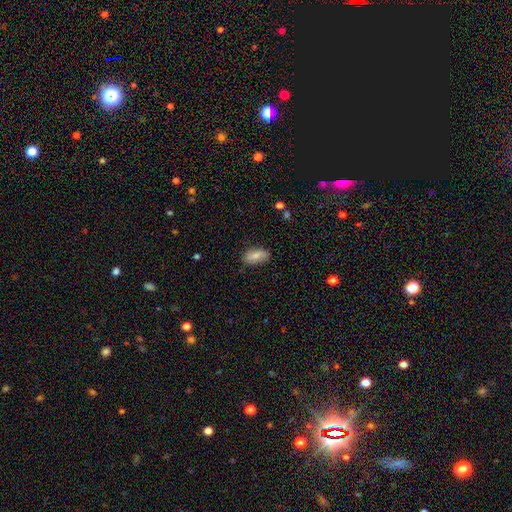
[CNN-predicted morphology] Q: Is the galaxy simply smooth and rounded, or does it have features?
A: smooth — 72%.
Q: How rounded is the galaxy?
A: in between — 90%.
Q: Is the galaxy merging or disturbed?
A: none — 80%.